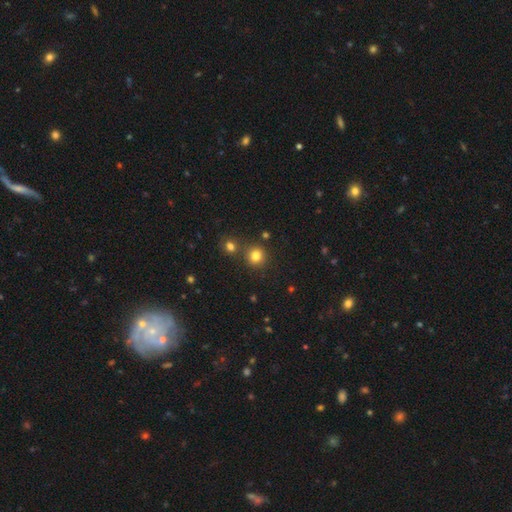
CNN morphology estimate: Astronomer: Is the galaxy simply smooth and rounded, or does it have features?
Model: smooth — 80%.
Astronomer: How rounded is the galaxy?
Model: round — 86%.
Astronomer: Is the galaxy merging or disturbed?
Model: none — 74%.